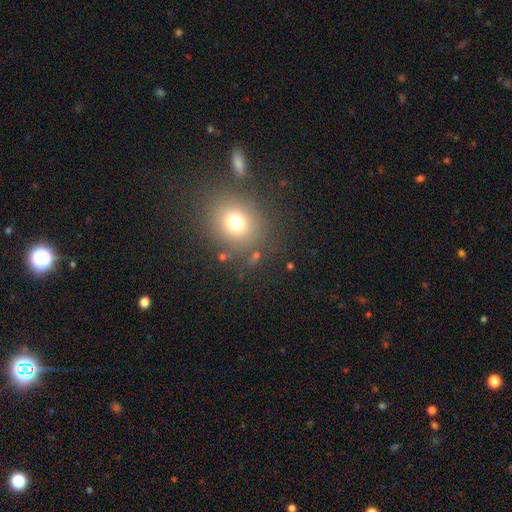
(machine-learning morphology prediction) Smooth or featured? Predicted: smooth (p=0.69). How rounded? Predicted: round (p=0.76). Merging? Predicted: none (p=0.80).